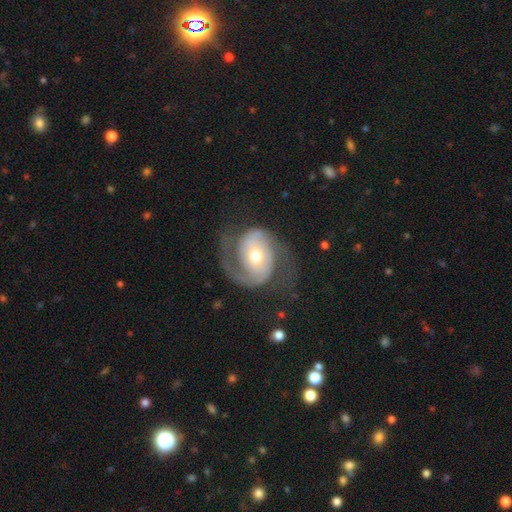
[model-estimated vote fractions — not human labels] This appears to be a featured or disk galaxy (89%) with no bar (61%), 2 (90%) medium (51%) spiral arms (97%) and a moderate central bulge (72%). Merging: none (70%).